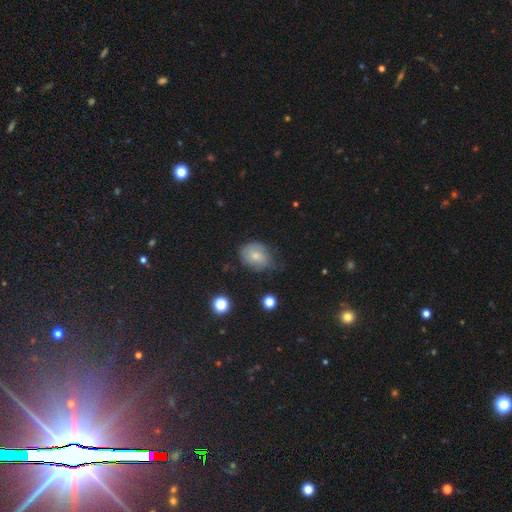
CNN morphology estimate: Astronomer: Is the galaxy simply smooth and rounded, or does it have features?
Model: smooth — 63%.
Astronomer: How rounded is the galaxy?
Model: in between — 55% (runner-up: round, 44%).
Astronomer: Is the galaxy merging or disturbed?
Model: none — 45% (runner-up: minor disturbance, 38%).